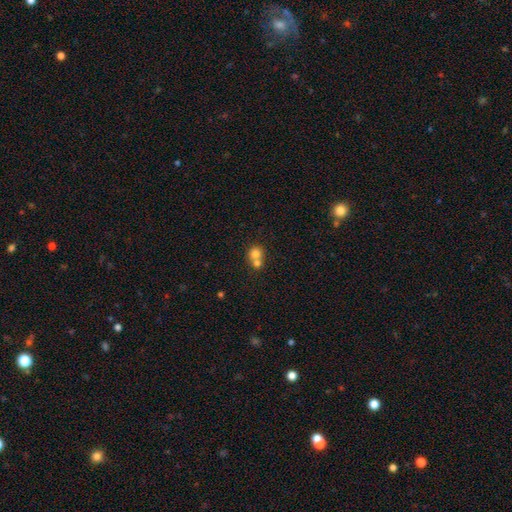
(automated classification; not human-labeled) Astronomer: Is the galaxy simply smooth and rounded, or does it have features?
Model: smooth — 76%.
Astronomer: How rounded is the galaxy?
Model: round — 82%.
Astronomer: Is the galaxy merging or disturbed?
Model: merger — 60%.